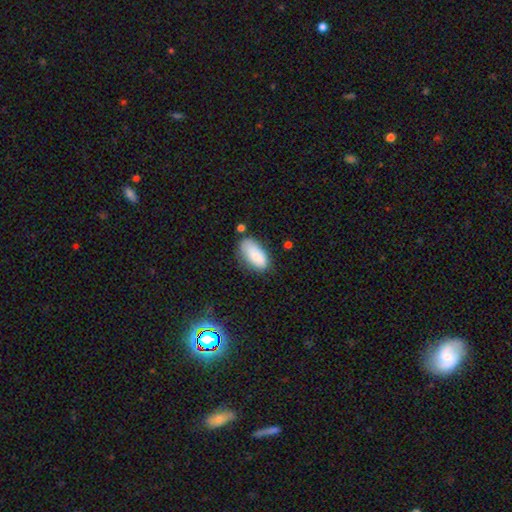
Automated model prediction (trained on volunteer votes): Morphology: type=smooth (80%); roundness=in between (93%); merging=none (60%).